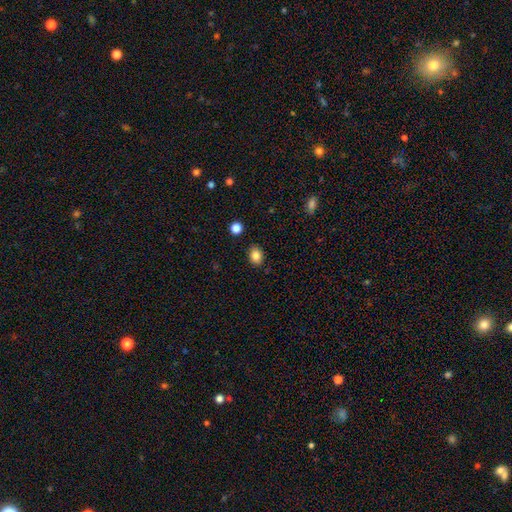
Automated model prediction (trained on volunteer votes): Q: Smooth or featured?
A: smooth (85%); runner-up: star or artifact (10%)
Q: How rounded?
A: in between (61%); runner-up: round (38%)
Q: Merging?
A: none (85%); runner-up: minor disturbance (10%)